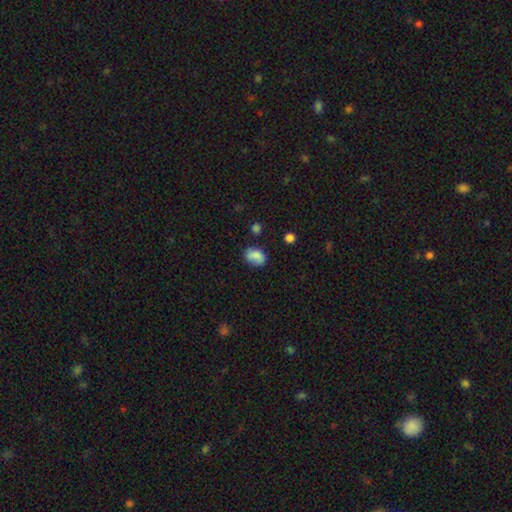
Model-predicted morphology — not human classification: smooth 82%, star or artifact 10%, featured or disk 8%. Down the decision tree: how rounded — in between (73%); merging — none (61%).